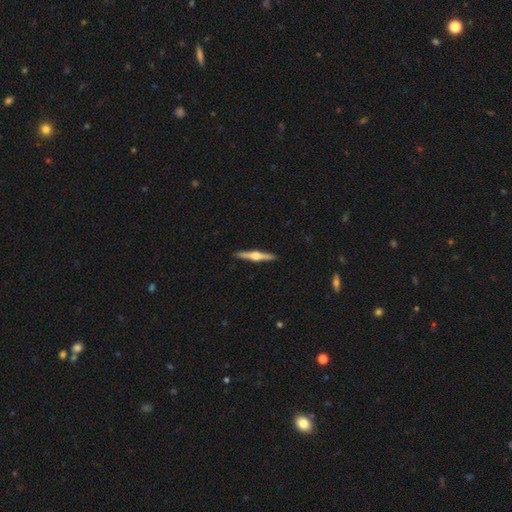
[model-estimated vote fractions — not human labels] Q: Smooth or featured?
A: featured or disk (77%); runner-up: smooth (18%)
Q: Edge-on disk?
A: yes (98%); runner-up: no (2%)
Q: Edge-on bulge?
A: rounded (94%); runner-up: boxy (4%)
Q: Merging?
A: none (92%); runner-up: minor disturbance (5%)